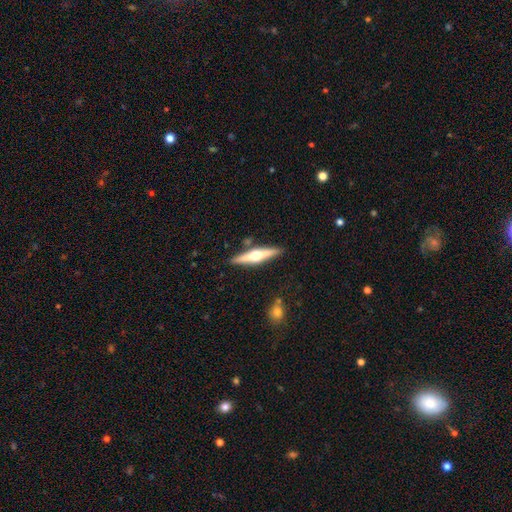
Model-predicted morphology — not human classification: Smooth or featured: featured or disk — 68% (smooth — 27%)
Edge-on disk: yes — 96% (no — 4%)
Edge-on bulge: rounded — 95% (boxy — 3%)
Merging: none — 86% (minor disturbance — 9%)